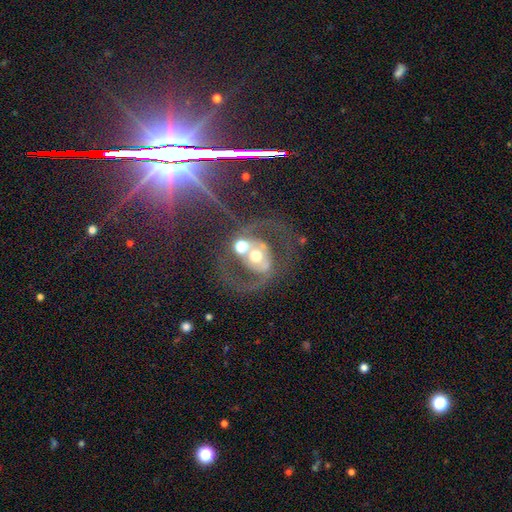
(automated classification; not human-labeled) Smooth or featured: featured or disk — 71% (smooth — 18%)
Edge-on disk: no — 96% (yes — 4%)
Bar: no — 60% (weak — 22%)
Spiral arms: yes — 68% (no — 32%)
Bulge size: moderate — 66% (large — 15%)
Merging: none — 45% (merger — 24%)